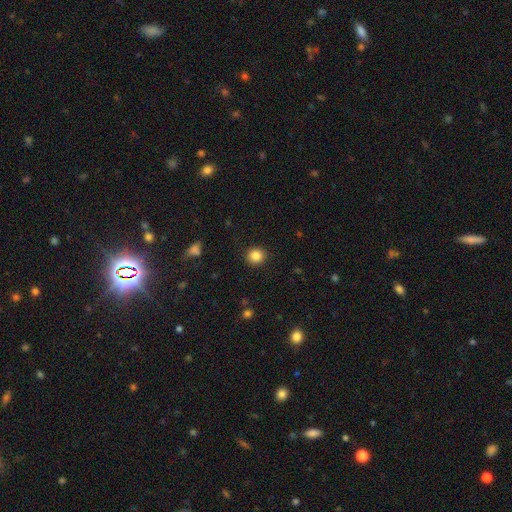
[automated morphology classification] Q: Smooth or featured?
A: smooth (85%); runner-up: star or artifact (11%)
Q: How rounded?
A: round (89%); runner-up: in between (10%)
Q: Merging?
A: none (91%); runner-up: minor disturbance (6%)